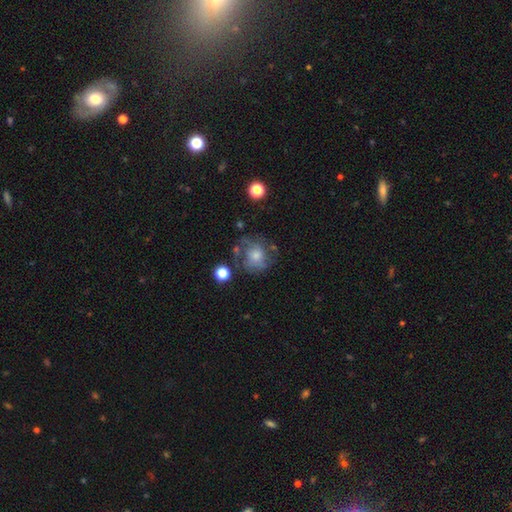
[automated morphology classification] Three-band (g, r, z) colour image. It shows a featured or disk galaxy (47%). Merging: none (52%).